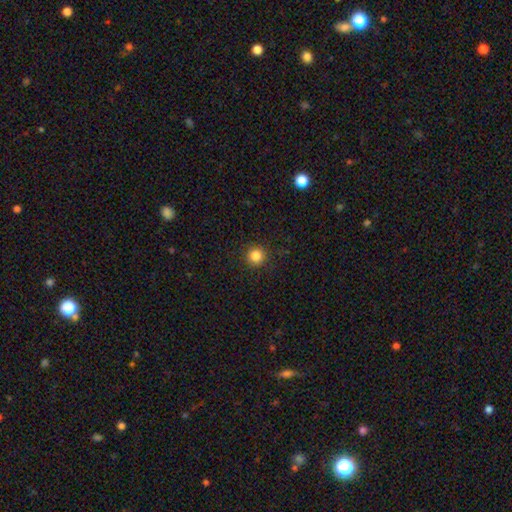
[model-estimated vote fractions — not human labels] Overall: smooth (84%). How rounded: round (95%). Merging: none (92%).